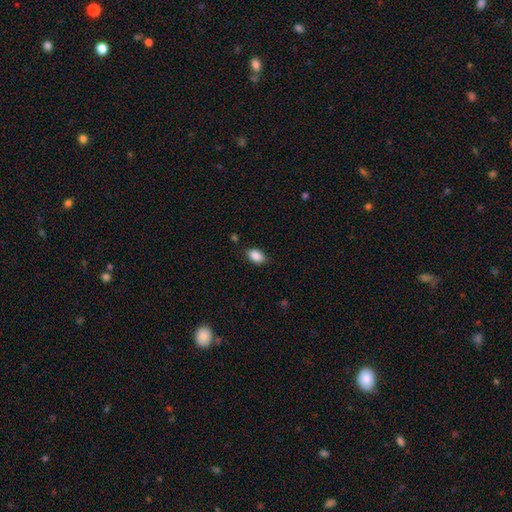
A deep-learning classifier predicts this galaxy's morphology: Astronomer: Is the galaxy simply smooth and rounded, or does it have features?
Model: smooth — 89%.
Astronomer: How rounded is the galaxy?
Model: in between — 90%.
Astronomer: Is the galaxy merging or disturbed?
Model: none — 84%.